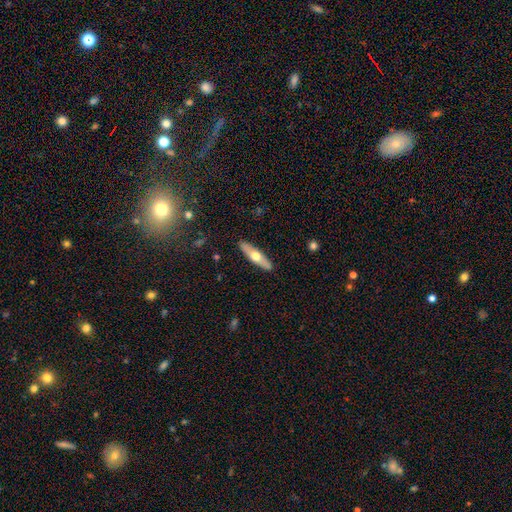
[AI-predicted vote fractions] smooth 50%, featured or disk 45%, star or artifact 5%. Down the decision tree: how rounded — cigar-shaped (69%); merging — none (90%).